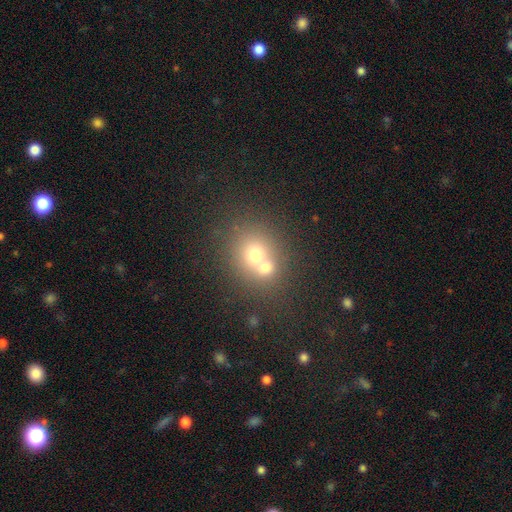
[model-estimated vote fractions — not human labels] Smooth or featured?
  - smooth: 62% *
  - featured or disk: 20%
  - star or artifact: 17%
How rounded?
  - round: 78% *
  - in between: 21%
  - cigar-shaped: 1%
Merging?
  - merger: 55% *
  - none: 35%
  - minor disturbance: 7%
  - major disturbance: 3%